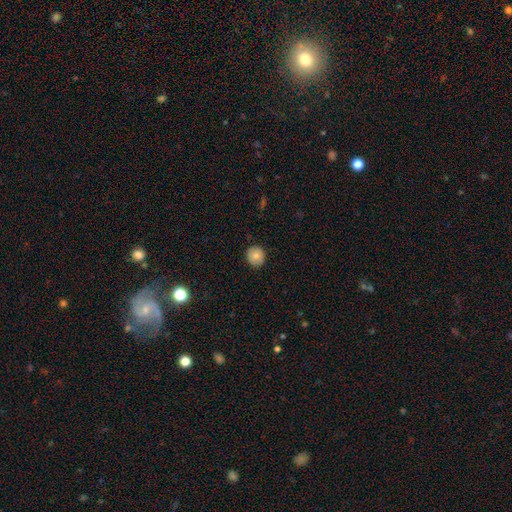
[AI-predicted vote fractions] smooth-or-featured: smooth: 77% | featured or disk: 15% | star or artifact: 8%
  how-rounded: round: 87% | in between: 12% | cigar-shaped: 1%
  merging: none: 85% | minor disturbance: 12% | major disturbance: 2% | merger: 1%